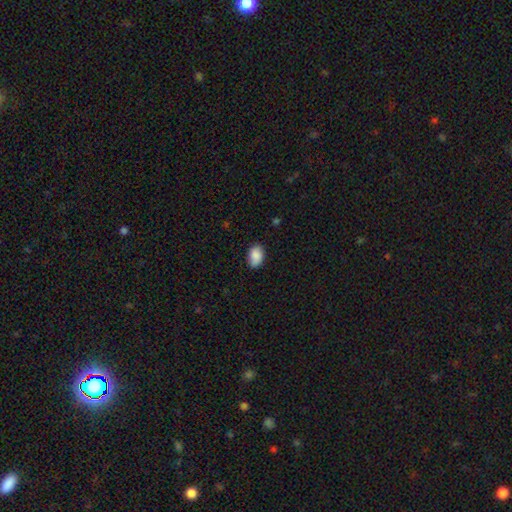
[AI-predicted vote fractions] This appears to be a smooth galaxy with no disk features (88%) that is in between round and cigar-shaped (87%). Merging: none (83%).